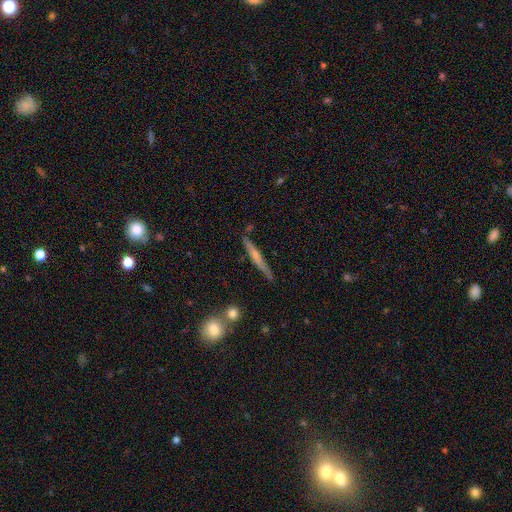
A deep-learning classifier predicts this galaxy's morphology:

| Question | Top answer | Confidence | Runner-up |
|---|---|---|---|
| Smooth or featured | featured or disk | 54% | smooth (39%) |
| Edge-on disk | yes | 95% | no (5%) |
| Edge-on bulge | rounded | 48% | none (42%) |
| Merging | none | 81% | minor disturbance (12%) |